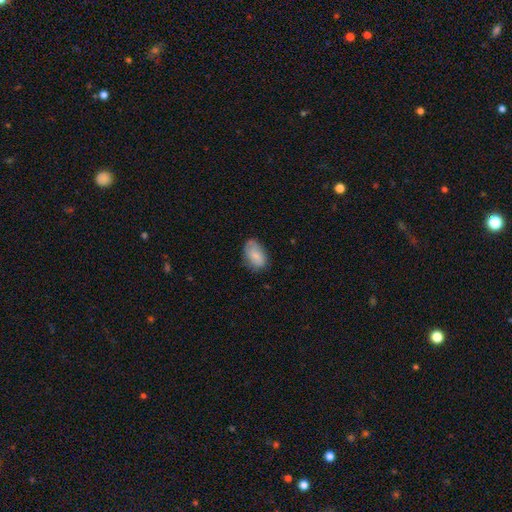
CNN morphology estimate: This is likely a smooth galaxy (78%). How rounded: clearly in between (90%). Merging: likely none (67%).